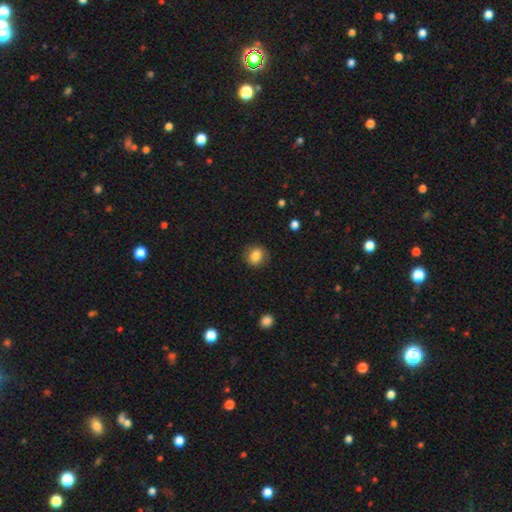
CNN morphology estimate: Overall: smooth (84%). How rounded: round (70%). Merging: none (85%).